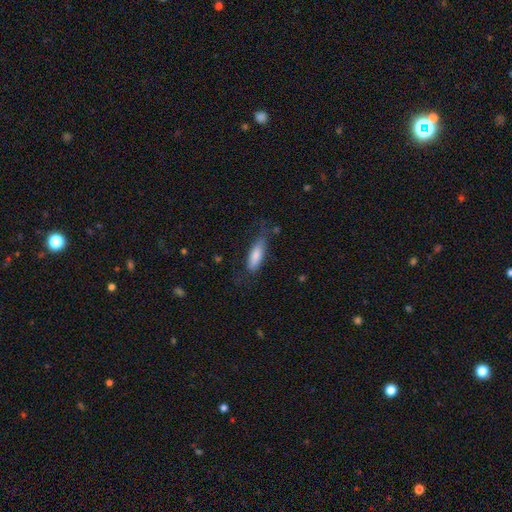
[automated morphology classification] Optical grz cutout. It shows a smooth galaxy with no disk features (78%) that is in between round and cigar-shaped (54%). Merging: none (61%).